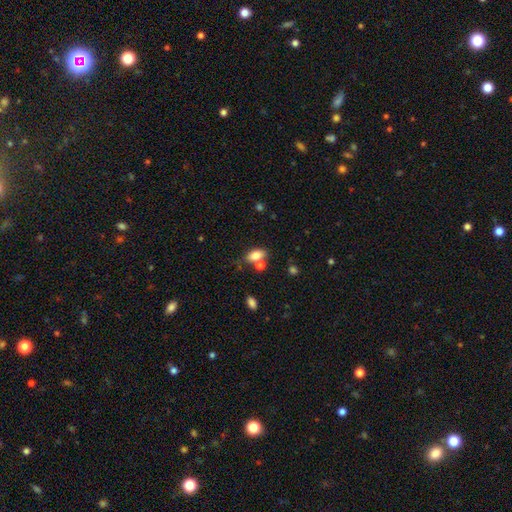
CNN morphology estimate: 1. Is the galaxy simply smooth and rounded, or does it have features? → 79% smooth, 13% featured or disk, 9% star or artifact.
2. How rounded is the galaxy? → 88% in between, 7% cigar-shaped, 6% round.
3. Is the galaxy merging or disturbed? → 55% none, 26% merger, 14% minor disturbance, 5% major disturbance.